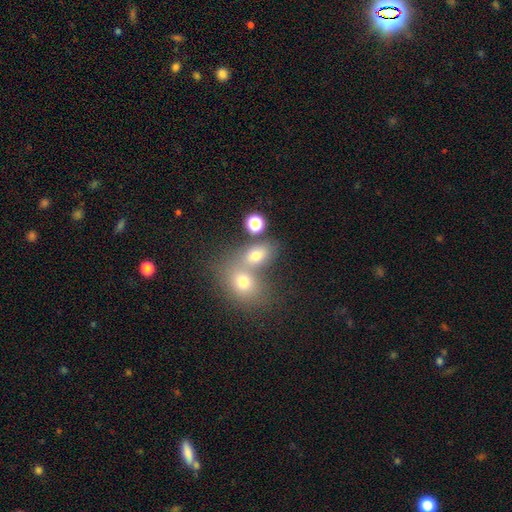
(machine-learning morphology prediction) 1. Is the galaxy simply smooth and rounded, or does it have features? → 69% smooth, 16% star or artifact, 15% featured or disk.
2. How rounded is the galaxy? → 57% in between, 41% round, 2% cigar-shaped.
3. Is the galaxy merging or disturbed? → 45% merger, 41% none, 9% minor disturbance, 5% major disturbance.